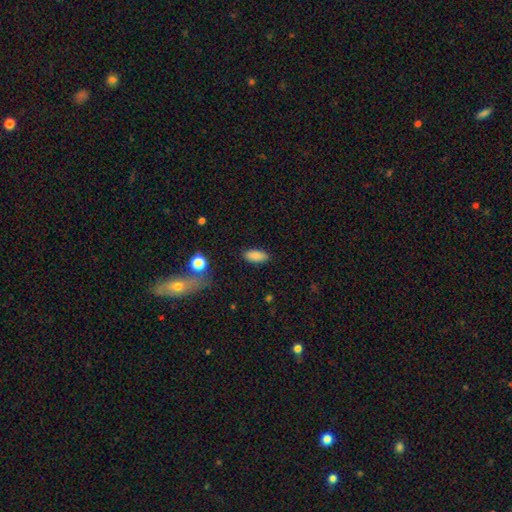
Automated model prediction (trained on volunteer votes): smooth 86%, star or artifact 8%, featured or disk 6%. Down the decision tree: how rounded — in between (87%); merging — none (87%).